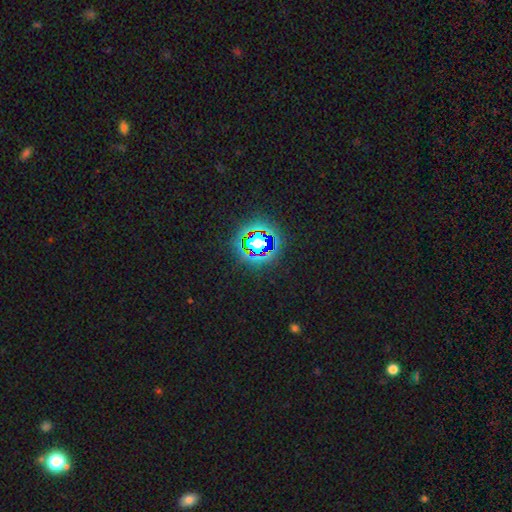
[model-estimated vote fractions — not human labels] This is likely a star or artifact rather than a galaxy (80%).